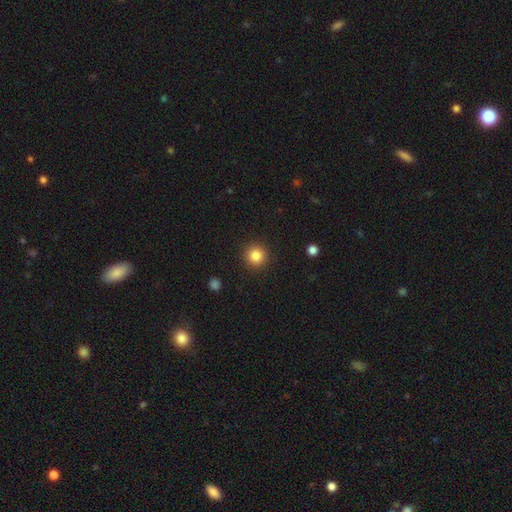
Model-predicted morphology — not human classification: smooth_or_featured: smooth (p=0.84) [alt: star or artifact p=0.11]
how_rounded: round (p=0.95) [alt: in between p=0.04]
merging: none (p=0.92) [alt: minor disturbance p=0.05]